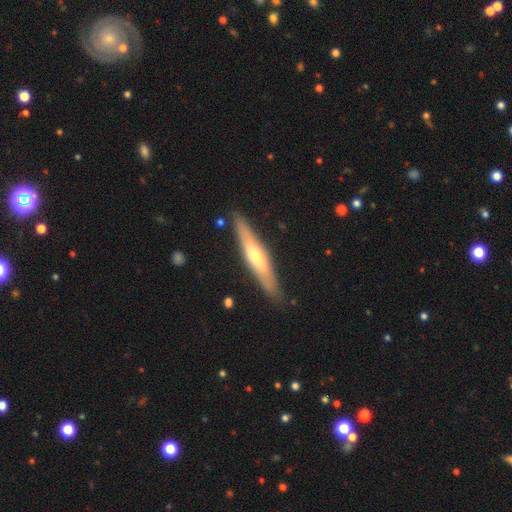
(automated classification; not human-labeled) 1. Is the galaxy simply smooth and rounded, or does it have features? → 52% featured or disk, 43% smooth, 5% star or artifact.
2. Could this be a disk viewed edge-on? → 89% yes, 11% no.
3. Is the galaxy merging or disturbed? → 87% none, 9% minor disturbance, 2% major disturbance, 2% merger.